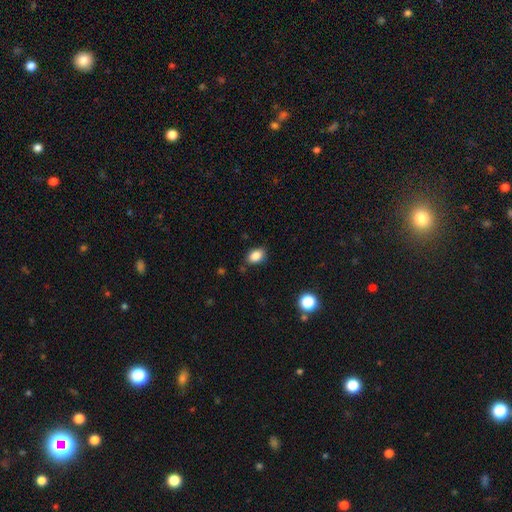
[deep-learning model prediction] Smooth or featured? smooth (86%)
How rounded? in between (82%)
Merging? none (83%)